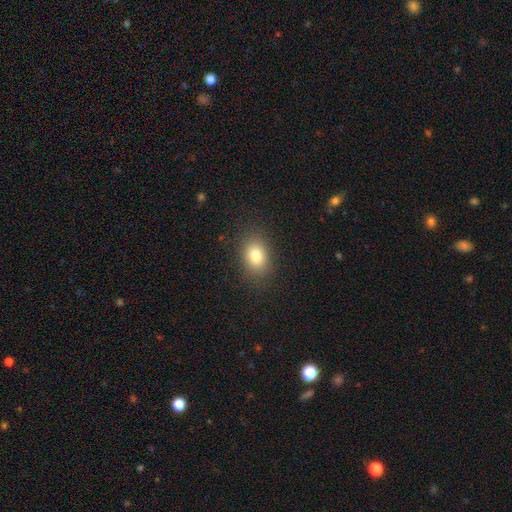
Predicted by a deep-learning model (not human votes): smooth-or-featured: smooth: 80% | star or artifact: 11% | featured or disk: 9%
  how-rounded: in between: 70% | round: 28% | cigar-shaped: 1%
  merging: none: 86% | minor disturbance: 9% | major disturbance: 3% | merger: 1%